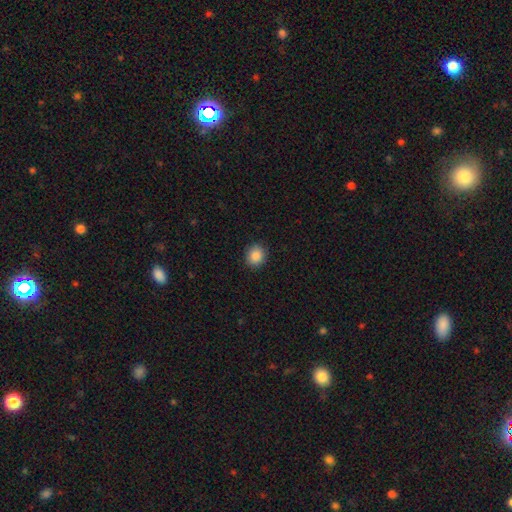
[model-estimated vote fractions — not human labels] Smooth or featured?
  - smooth: 88% *
  - star or artifact: 9%
  - featured or disk: 3%
How rounded?
  - round: 76% *
  - in between: 24%
  - cigar-shaped: 1%
Merging?
  - none: 90% *
  - minor disturbance: 7%
  - major disturbance: 2%
  - merger: 1%